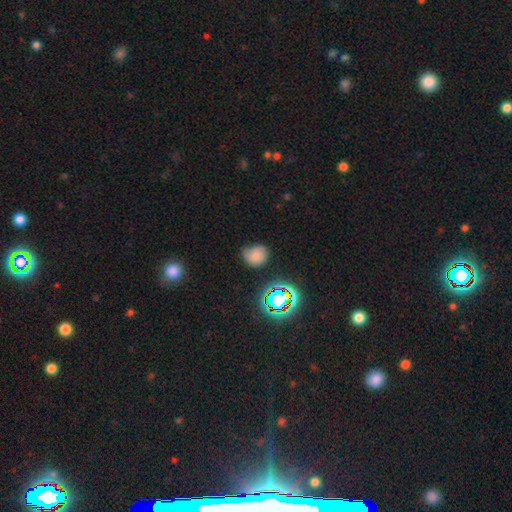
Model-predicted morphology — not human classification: Q: Smooth or featured?
A: smooth (66%); runner-up: star or artifact (21%)
Q: How rounded?
A: round (66%); runner-up: in between (33%)
Q: Merging?
A: none (58%); runner-up: minor disturbance (32%)